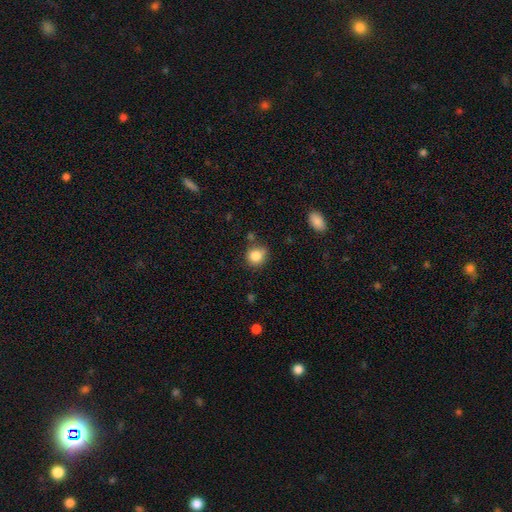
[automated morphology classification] type=smooth (84%); roundness=round (79%); merging=none (75%).